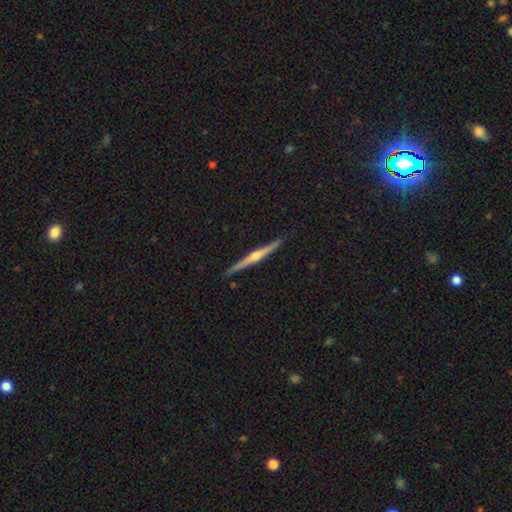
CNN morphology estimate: The model was most divided on "smooth or featured": featured or disk: 80%, smooth: 15%, star or artifact: 5%. More confident: edge-on disk — yes (98%); merging — none (91%); edge-on bulge — rounded (89%).